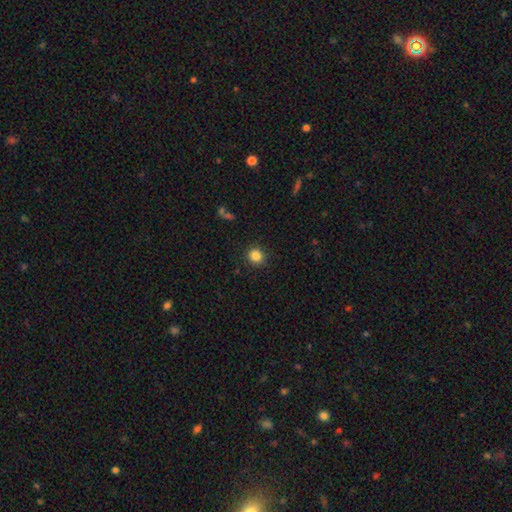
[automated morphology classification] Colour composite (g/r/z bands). It shows a smooth galaxy with no disk features (85%) that is round (85%). Merging: none (89%).